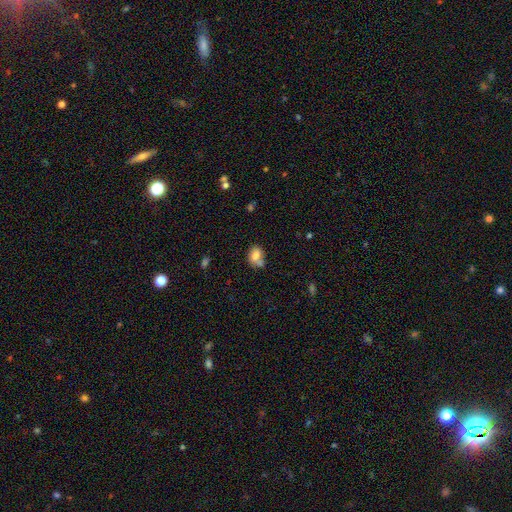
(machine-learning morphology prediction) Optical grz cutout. It shows a smooth galaxy with no disk features (73%) that is in between round and cigar-shaped (62%). Merging: none (46%).